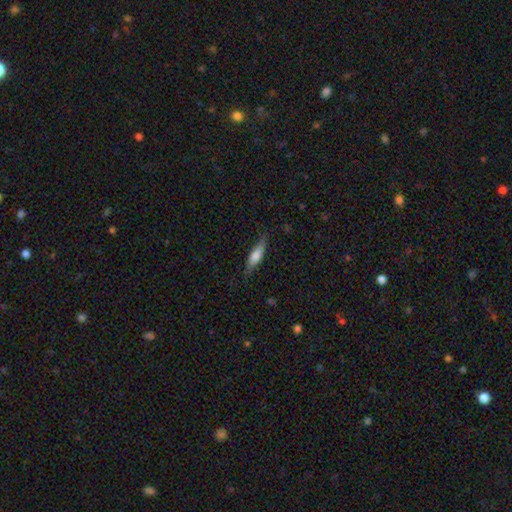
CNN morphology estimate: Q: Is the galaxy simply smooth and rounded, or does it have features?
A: smooth — 66%.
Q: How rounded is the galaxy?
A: cigar-shaped — 61%.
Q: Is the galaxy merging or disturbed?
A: none — 75%.